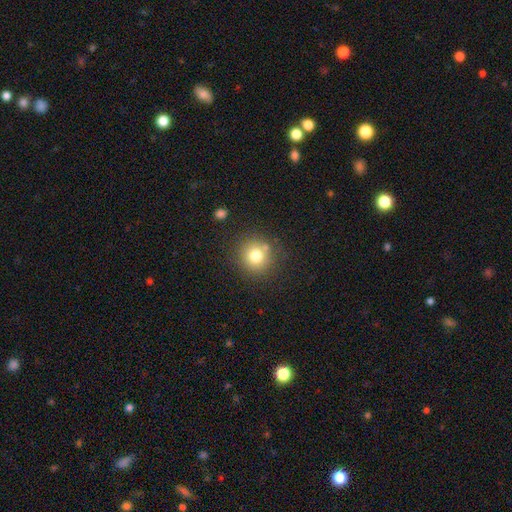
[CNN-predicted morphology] Smooth or featured? smooth (76%)
How rounded? round (92%)
Merging? none (80%)